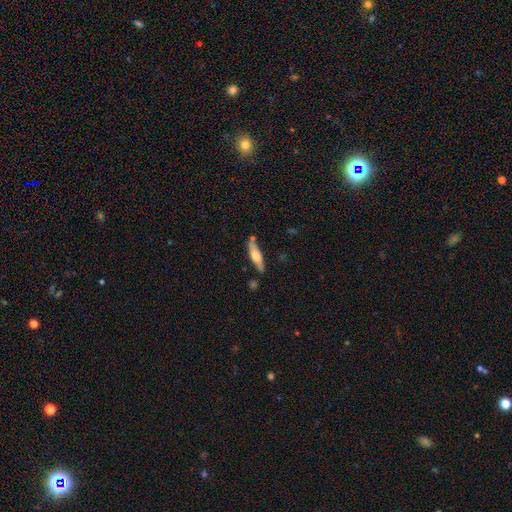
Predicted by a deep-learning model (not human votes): Q: Smooth or featured?
A: smooth (49%); runner-up: featured or disk (45%)
Q: Merging?
A: none (75%); runner-up: minor disturbance (15%)